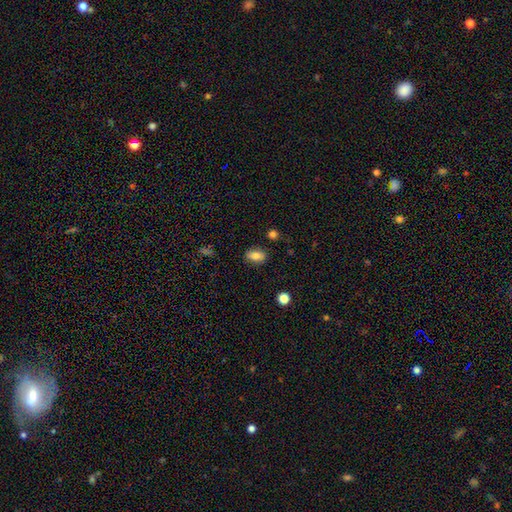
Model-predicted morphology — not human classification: A smooth galaxy with no disk features (80%) that is in between round and cigar-shaped (86%). Merging: none (84%).